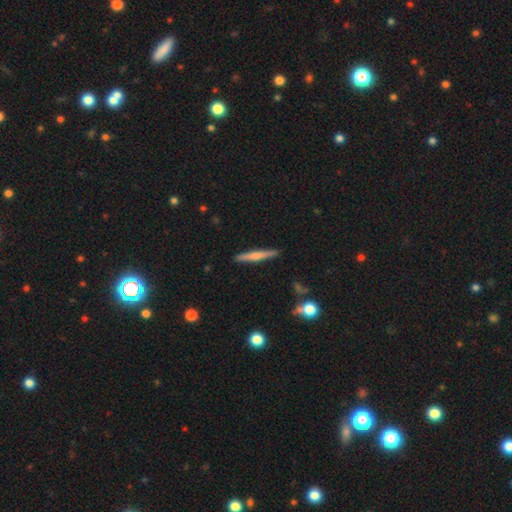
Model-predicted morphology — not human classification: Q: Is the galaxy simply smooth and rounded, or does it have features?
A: smooth — 49%.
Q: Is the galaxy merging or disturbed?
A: none — 90%.